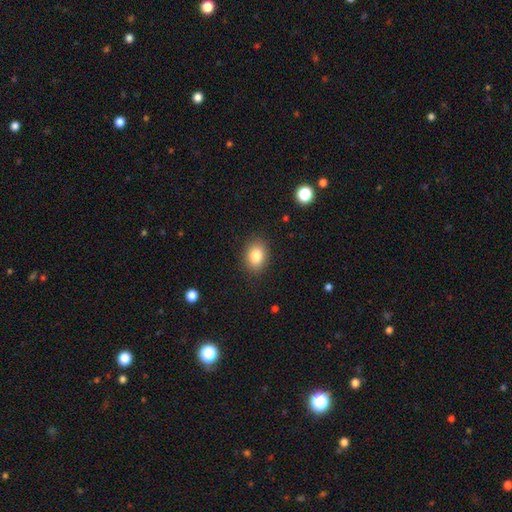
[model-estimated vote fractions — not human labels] Smooth or featured: smooth — 83% (star or artifact — 9%)
How rounded: in between — 66% (round — 33%)
Merging: none — 87% (minor disturbance — 9%)